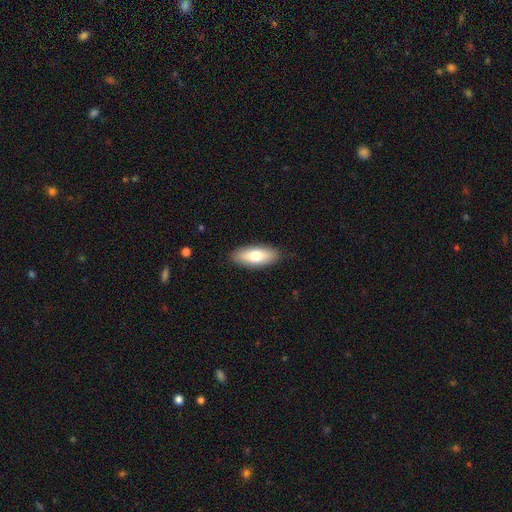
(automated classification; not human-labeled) Smooth or featured?
  - smooth: 71% *
  - featured or disk: 23%
  - star or artifact: 6%
How rounded?
  - in between: 77% *
  - cigar-shaped: 20%
  - round: 3%
Merging?
  - none: 87% *
  - minor disturbance: 9%
  - major disturbance: 2%
  - merger: 1%